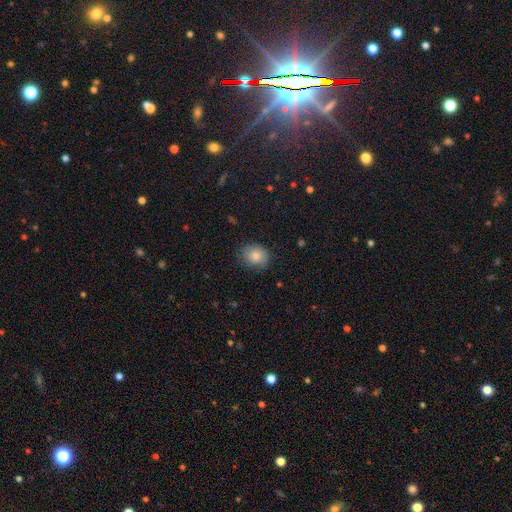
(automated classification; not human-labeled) A smooth galaxy with no disk features (81%) that is round (63%).

Vote fractions:
- Smooth or featured? smooth: 81% / featured or disk: 10% / star or artifact: 8%
- How rounded? round: 63% / in between: 36% / cigar-shaped: 1%
- Merging? none: 75% / minor disturbance: 19% / major disturbance: 5% / merger: 1%